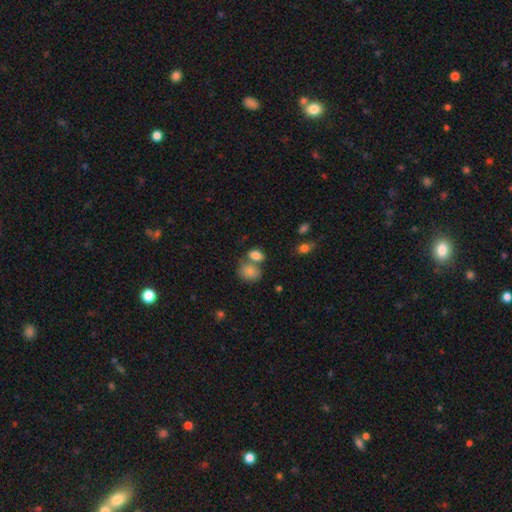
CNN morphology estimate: This is clearly a smooth galaxy (83%). How rounded: likely in between (78%). Merging: marginally none (43%).